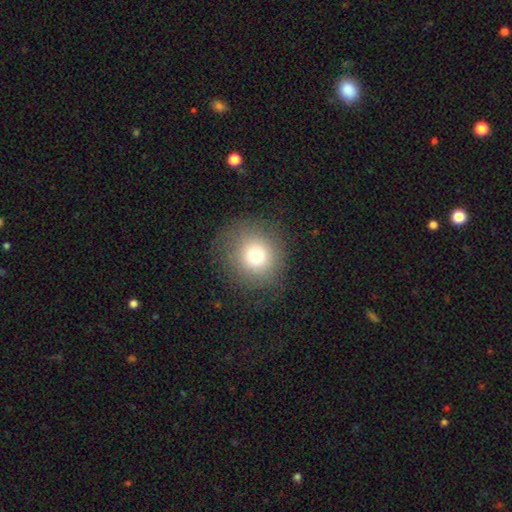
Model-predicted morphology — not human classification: A smooth galaxy with no disk features (75%) that is round (89%).

Vote fractions:
- Smooth or featured? smooth: 75% / star or artifact: 14% / featured or disk: 11%
- How rounded? round: 89% / in between: 10% / cigar-shaped: 1%
- Merging? none: 82% / minor disturbance: 10% / major disturbance: 6% / merger: 1%